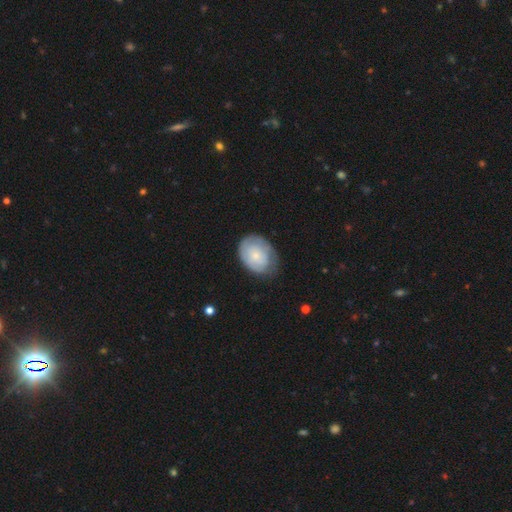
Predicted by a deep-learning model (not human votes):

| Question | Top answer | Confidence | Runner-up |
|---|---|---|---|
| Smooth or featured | smooth | 63% | featured or disk (31%) |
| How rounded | in between | 65% | round (34%) |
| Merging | none | 59% | minor disturbance (30%) |